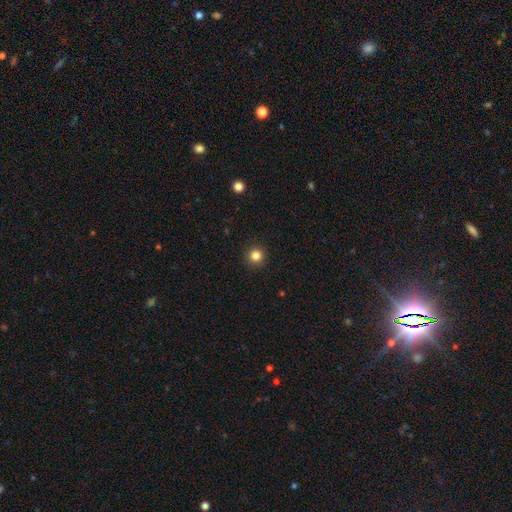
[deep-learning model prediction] Smooth or featured: smooth — 83% (star or artifact — 13%)
How rounded: round — 96% (in between — 3%)
Merging: none — 93% (minor disturbance — 4%)